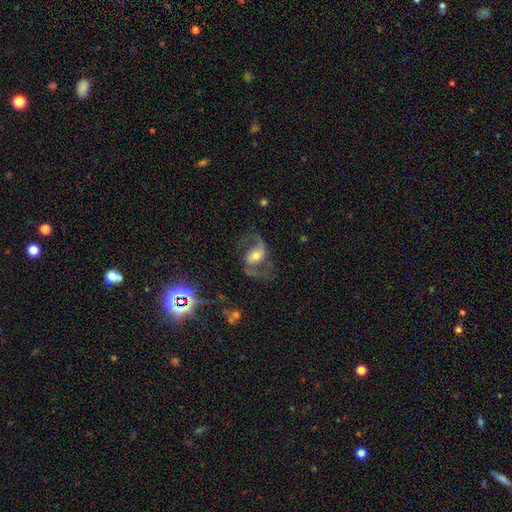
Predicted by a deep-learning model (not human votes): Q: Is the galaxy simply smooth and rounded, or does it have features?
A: featured or disk — 83%.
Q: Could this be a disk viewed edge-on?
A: no — 97%.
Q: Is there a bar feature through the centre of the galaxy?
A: weak — 41%.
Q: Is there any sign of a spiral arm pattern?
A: yes — 94%.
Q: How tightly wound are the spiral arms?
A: loose — 47%.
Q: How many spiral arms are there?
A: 2 — 91%.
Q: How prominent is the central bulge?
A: moderate — 61%.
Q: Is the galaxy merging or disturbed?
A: none — 69%.